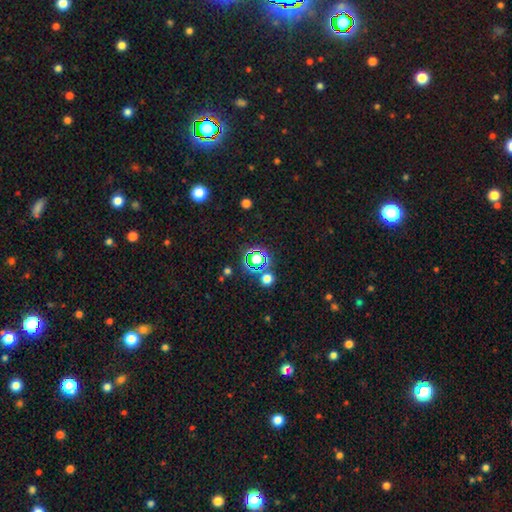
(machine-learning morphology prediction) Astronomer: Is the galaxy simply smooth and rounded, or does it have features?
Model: star or artifact — 61%.